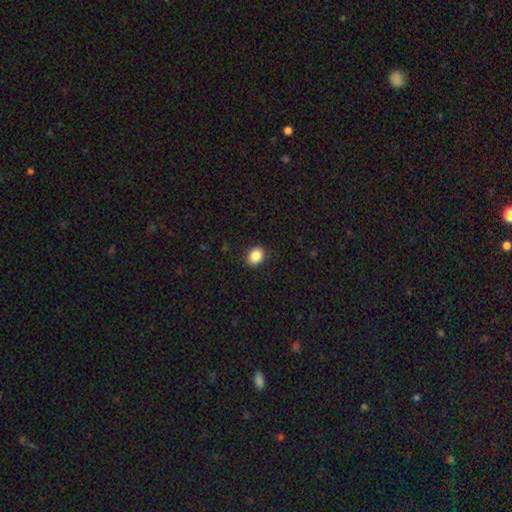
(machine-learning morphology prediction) Smooth or featured? Predicted: smooth (p=0.87). How rounded? Predicted: round (p=0.51). Merging? Predicted: none (p=0.88).